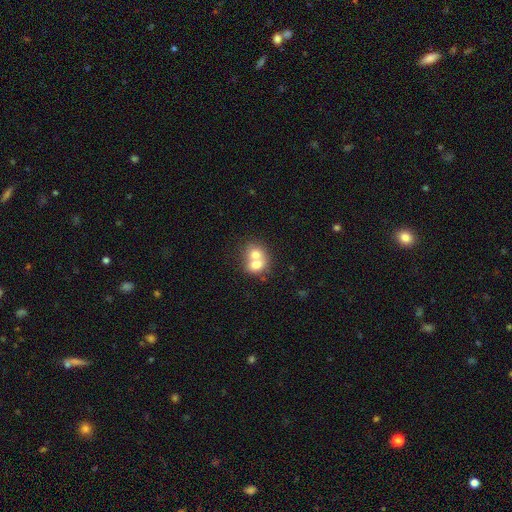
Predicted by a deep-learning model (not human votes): smooth_or_featured: smooth (p=0.68) [alt: featured or disk p=0.23]
how_rounded: round (p=0.59) [alt: in between p=0.40]
merging: merger (p=0.73) [alt: none p=0.19]